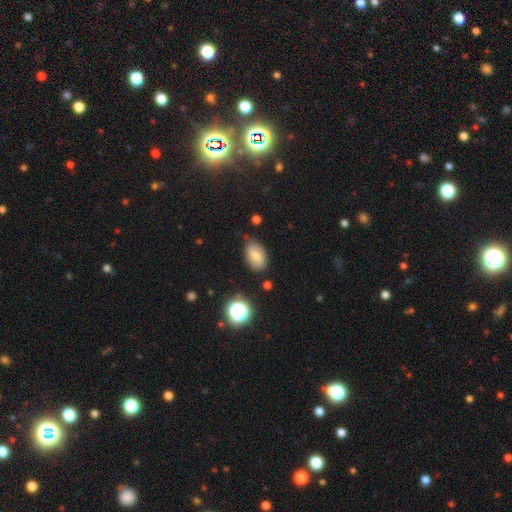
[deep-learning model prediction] This is likely a smooth galaxy (73%). How rounded: clearly in between (89%). Merging: likely none (72%).